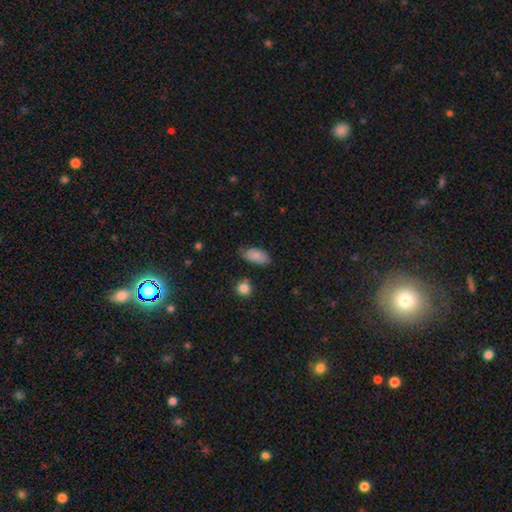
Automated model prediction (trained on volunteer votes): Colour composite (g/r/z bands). It shows a smooth galaxy with no disk features (80%) that is in between round and cigar-shaped (93%). Merging: none (60%).